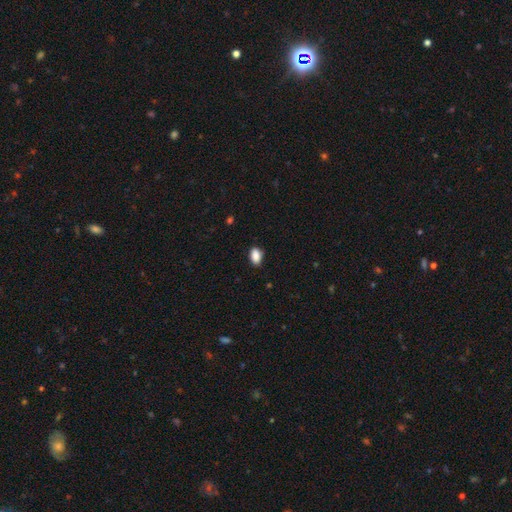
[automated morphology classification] A smooth galaxy with no disk features (89%) that is in between round and cigar-shaped (90%). Merging: none (85%).